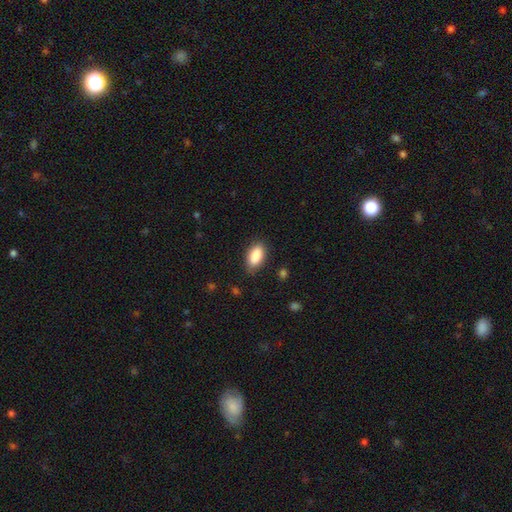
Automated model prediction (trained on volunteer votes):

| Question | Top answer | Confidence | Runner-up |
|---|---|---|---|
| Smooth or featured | smooth | 88% | star or artifact (7%) |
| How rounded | in between | 91% | cigar-shaped (6%) |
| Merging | none | 83% | minor disturbance (13%) |